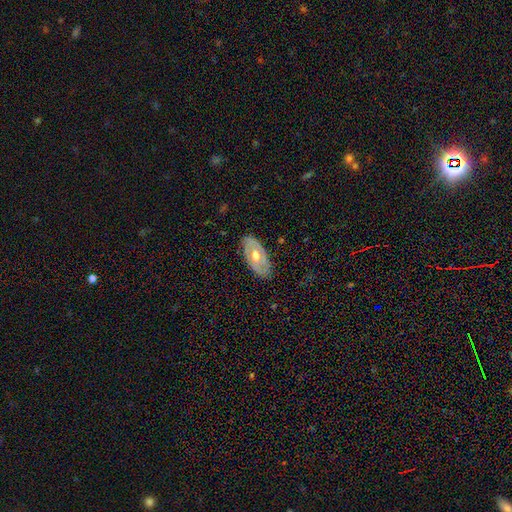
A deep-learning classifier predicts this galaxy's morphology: Overall: featured or disk (66%; smooth 28%). Edge-on disk: no (87%). Bar: no (67%). Spiral arms: no (56%; yes 44%). Bulge size: moderate (76%). Merging: none (83%).